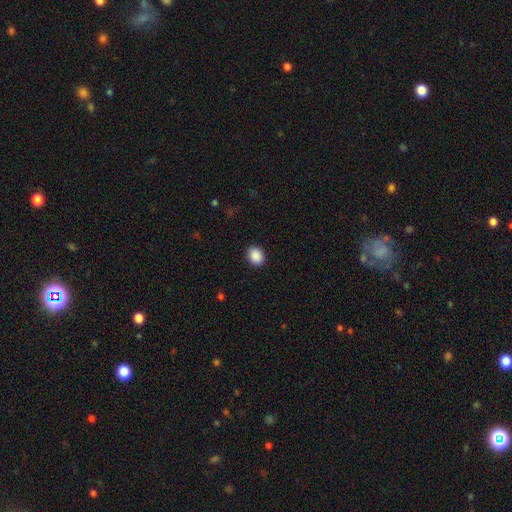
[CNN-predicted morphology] smooth 90%, star or artifact 8%, featured or disk 2%. Down the decision tree: how rounded — round (50%); merging — none (91%).